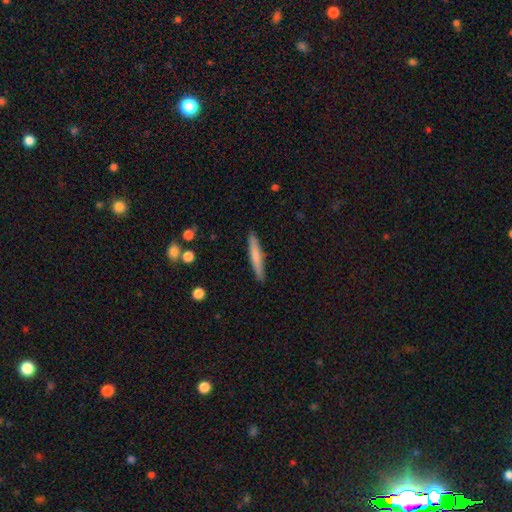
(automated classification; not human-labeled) Smooth or featured? smooth (65%)
How rounded? cigar-shaped (94%)
Merging? none (90%)